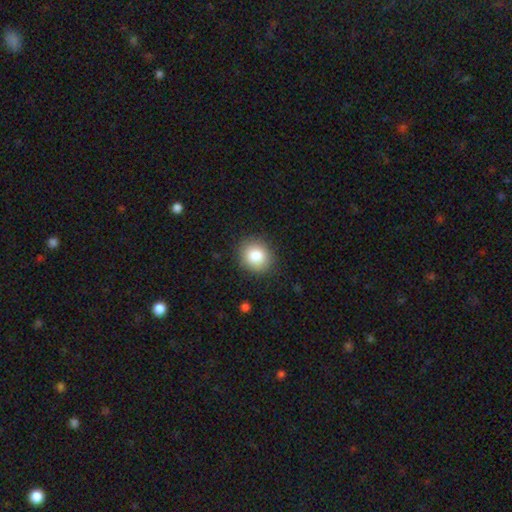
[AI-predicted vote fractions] Smooth or featured? smooth (85%)
How rounded? round (73%)
Merging? none (87%)